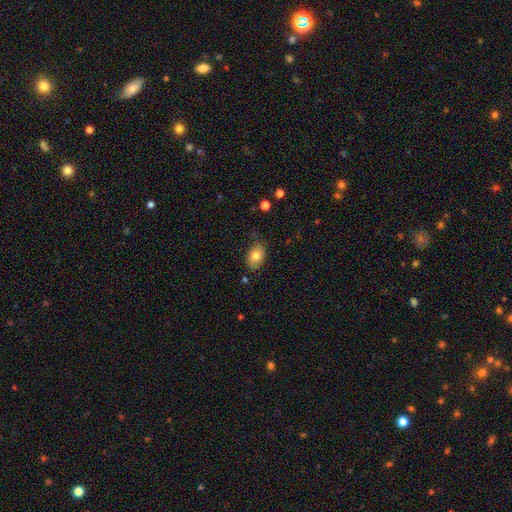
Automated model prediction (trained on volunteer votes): Smooth or featured?
  - smooth: 79% *
  - featured or disk: 13%
  - star or artifact: 8%
How rounded?
  - in between: 88% *
  - round: 11%
  - cigar-shaped: 1%
Merging?
  - none: 75% *
  - minor disturbance: 19%
  - major disturbance: 4%
  - merger: 2%